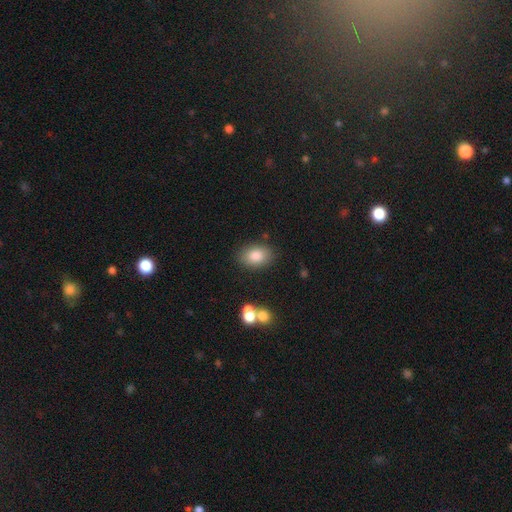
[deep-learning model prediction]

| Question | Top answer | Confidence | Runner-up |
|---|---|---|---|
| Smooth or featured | smooth | 84% | featured or disk (8%) |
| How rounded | in between | 85% | round (14%) |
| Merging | none | 82% | minor disturbance (11%) |